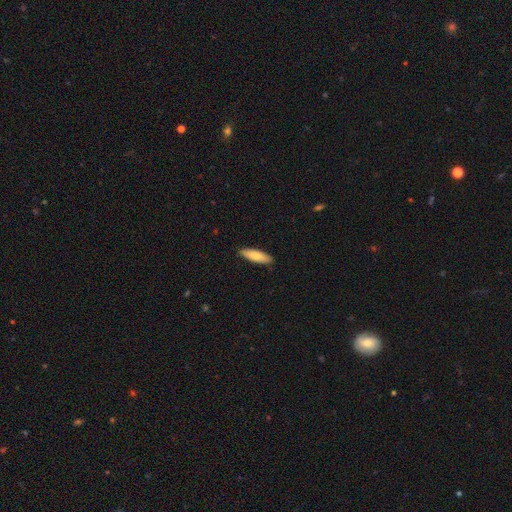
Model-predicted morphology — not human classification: Smooth or featured? smooth (78%)
How rounded? cigar-shaped (56%)
Merging? none (90%)